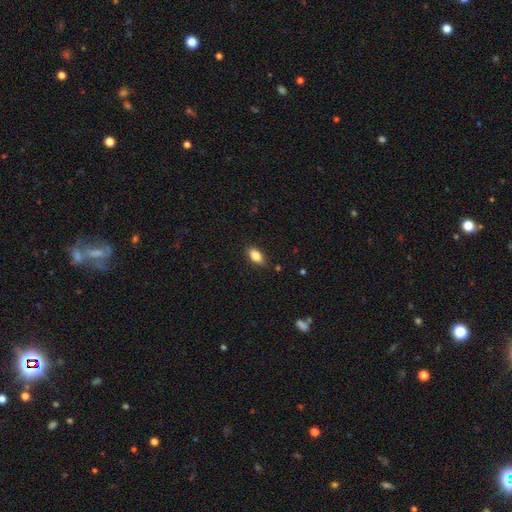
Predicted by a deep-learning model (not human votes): A smooth galaxy with no disk features (82%) that is in between round and cigar-shaped (88%).

Vote fractions:
- Smooth or featured? smooth: 82% / featured or disk: 10% / star or artifact: 8%
- How rounded? in between: 88% / cigar-shaped: 7% / round: 5%
- Merging? none: 85% / minor disturbance: 11% / major disturbance: 2% / merger: 1%